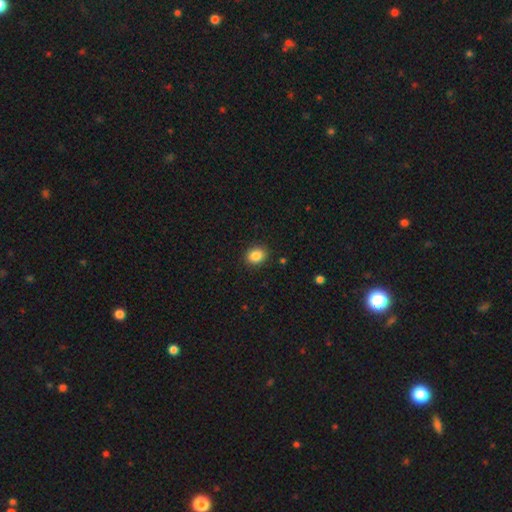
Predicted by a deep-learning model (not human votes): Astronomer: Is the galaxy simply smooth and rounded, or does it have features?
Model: smooth — 86%.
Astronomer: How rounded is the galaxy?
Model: round — 57% (runner-up: in between, 42%).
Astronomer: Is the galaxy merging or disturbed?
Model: none — 90%.